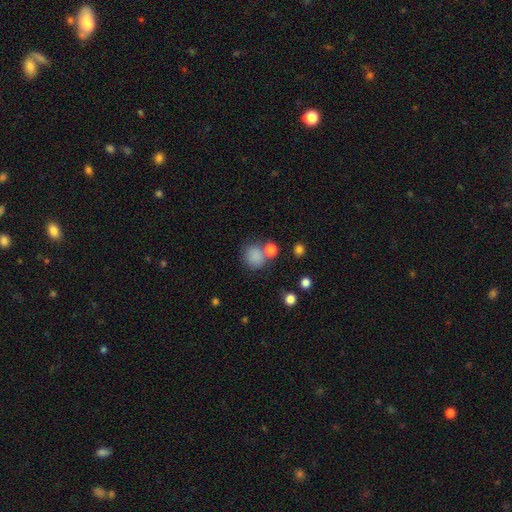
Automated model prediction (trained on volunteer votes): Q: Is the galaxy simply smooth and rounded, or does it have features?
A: smooth — 82%.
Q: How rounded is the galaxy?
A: round — 83%.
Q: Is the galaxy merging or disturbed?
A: none — 67%.